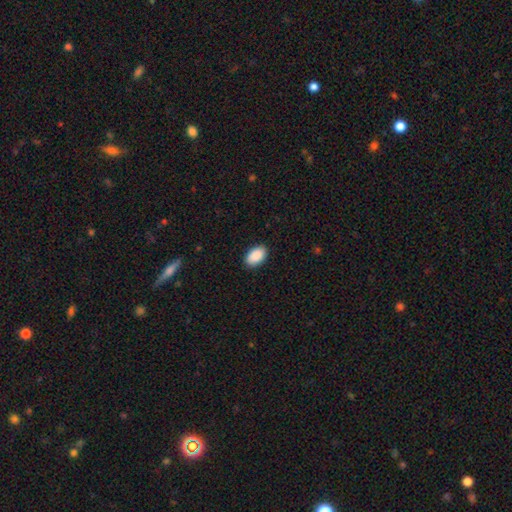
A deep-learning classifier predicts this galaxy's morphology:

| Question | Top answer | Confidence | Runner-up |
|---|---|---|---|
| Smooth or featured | smooth | 91% | star or artifact (6%) |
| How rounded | in between | 94% | round (5%) |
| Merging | none | 90% | minor disturbance (8%) |